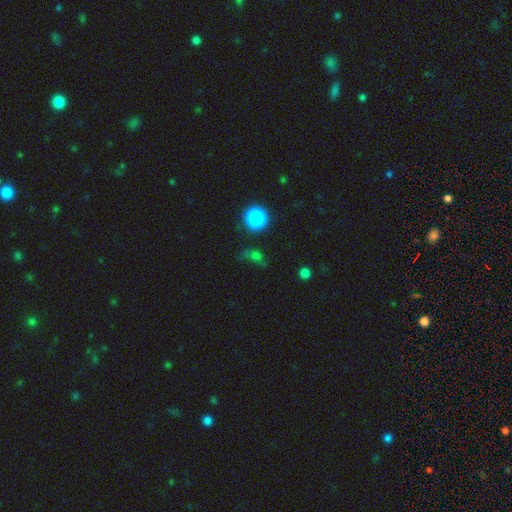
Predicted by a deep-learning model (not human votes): Smooth or featured: smooth — 59% (star or artifact — 29%)
How rounded: round — 54% (in between — 42%)
Merging: none — 52% (minor disturbance — 21%)